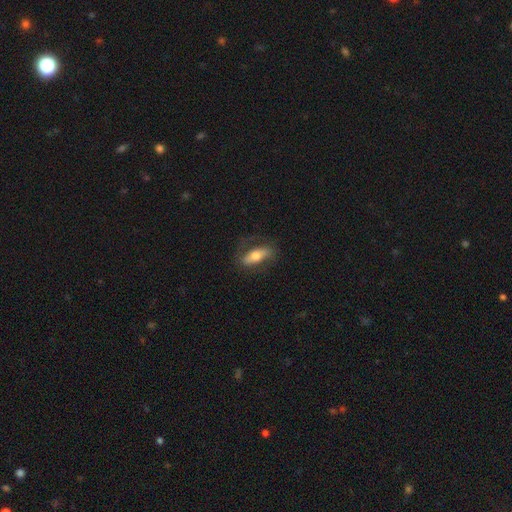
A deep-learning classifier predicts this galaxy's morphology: type=smooth (48%); merging=none (70%).